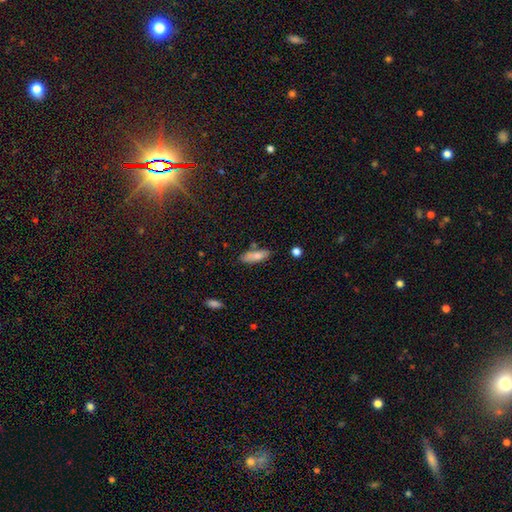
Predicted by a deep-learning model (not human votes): Smooth or featured: smooth — 78% (featured or disk — 15%)
How rounded: in between — 60% (cigar-shaped — 37%)
Merging: none — 69% (minor disturbance — 18%)